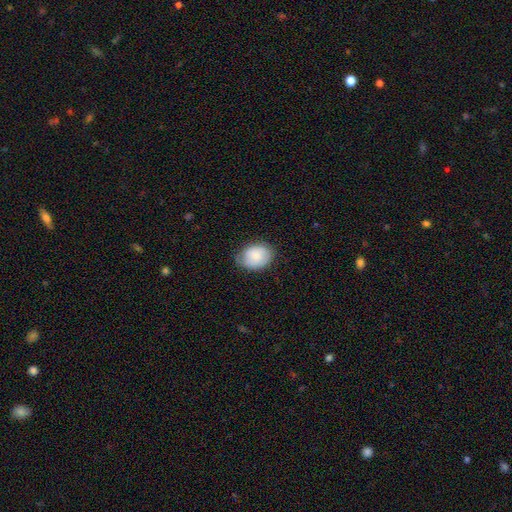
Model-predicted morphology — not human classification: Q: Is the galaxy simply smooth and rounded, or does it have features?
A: smooth — 81%.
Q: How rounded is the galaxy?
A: in between — 66%.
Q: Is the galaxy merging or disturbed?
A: none — 68%.